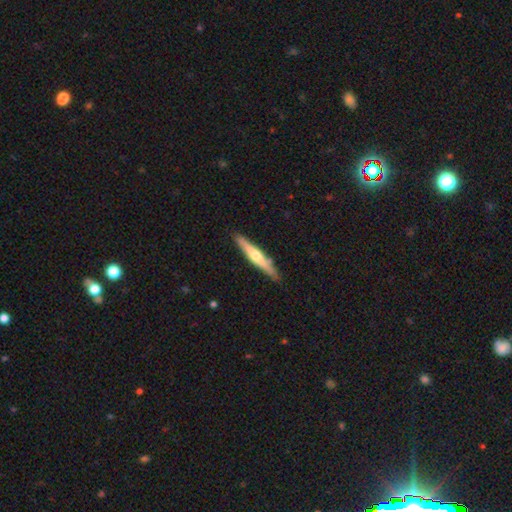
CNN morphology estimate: Smooth or featured?
  - featured or disk: 58% *
  - smooth: 37%
  - star or artifact: 5%
Edge-on disk?
  - yes: 95% *
  - no: 5%
Edge-on bulge?
  - rounded: 84% *
  - none: 11%
  - boxy: 5%
Merging?
  - none: 85% *
  - minor disturbance: 11%
  - merger: 2%
  - major disturbance: 2%